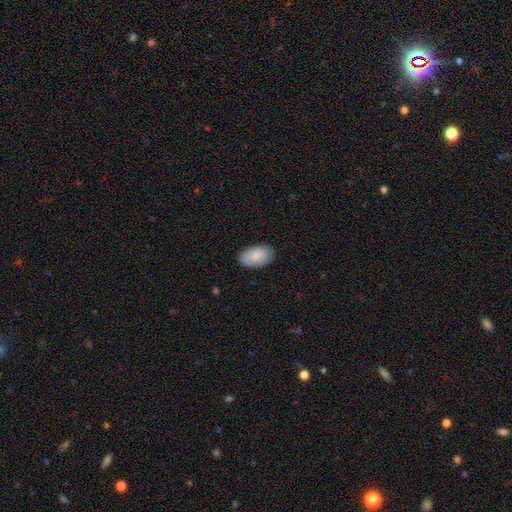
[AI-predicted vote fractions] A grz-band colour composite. It shows a smooth galaxy with no disk features (83%) that is in between round and cigar-shaped (93%). Merging: none (83%).